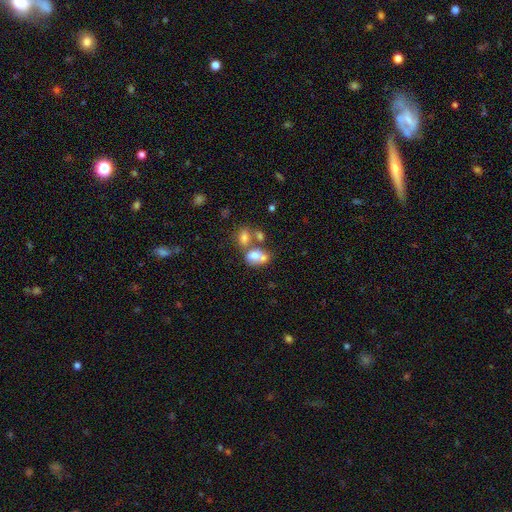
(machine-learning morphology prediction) Smooth or featured: smooth — 67% (featured or disk — 22%)
How rounded: in between — 77% (round — 22%)
Merging: merger — 57% (none — 24%)